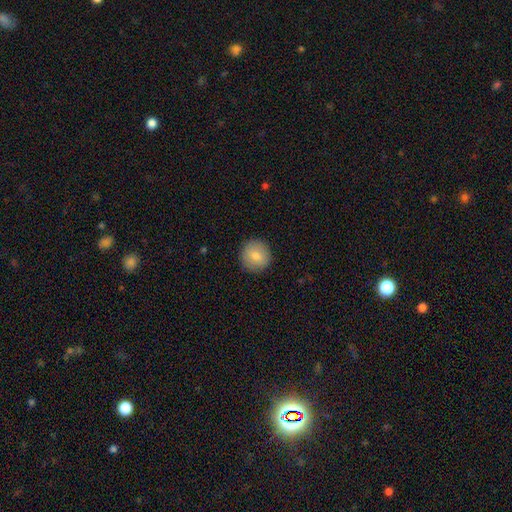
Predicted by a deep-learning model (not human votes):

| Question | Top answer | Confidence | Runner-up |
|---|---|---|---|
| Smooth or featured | smooth | 80% | featured or disk (13%) |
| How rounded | round | 94% | in between (5%) |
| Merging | none | 90% | minor disturbance (7%) |